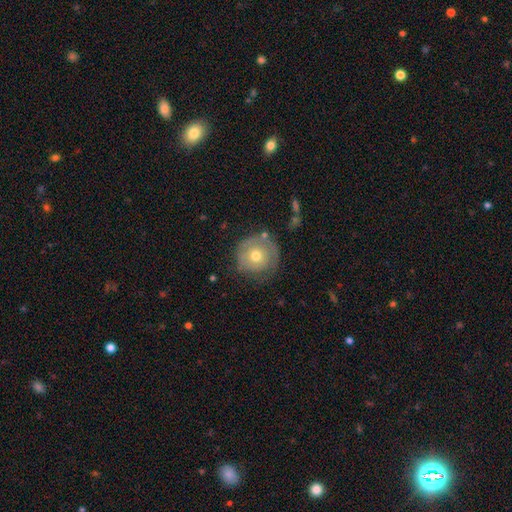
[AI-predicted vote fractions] This appears to be a smooth galaxy with no disk features (55%) that is round (94%). Merging: none (66%).